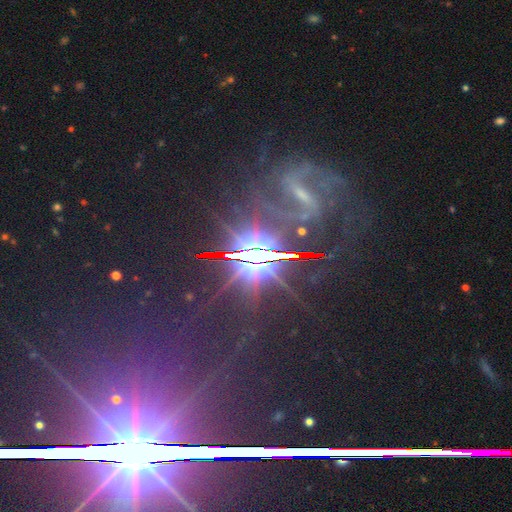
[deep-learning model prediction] Overall: star or artifact (74%).